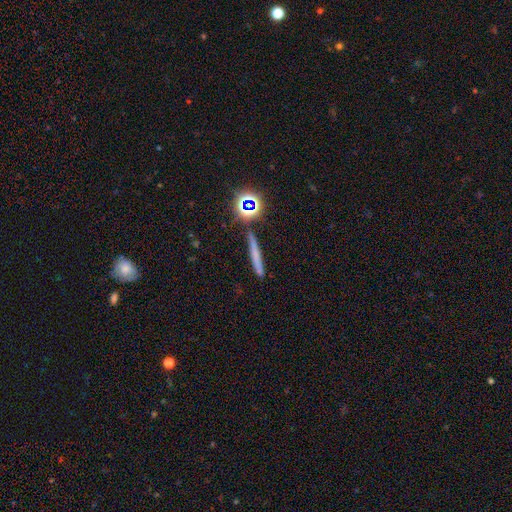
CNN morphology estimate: Smooth or featured?
  - smooth: 56% *
  - featured or disk: 25%
  - star or artifact: 19%
How rounded?
  - cigar-shaped: 90% *
  - round: 5%
  - in between: 5%
Merging?
  - none: 85% *
  - minor disturbance: 9%
  - merger: 4%
  - major disturbance: 2%